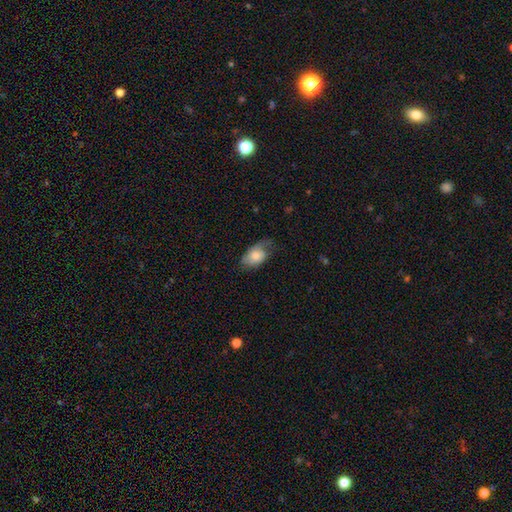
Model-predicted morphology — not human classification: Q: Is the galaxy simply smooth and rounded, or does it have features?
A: smooth — 62%.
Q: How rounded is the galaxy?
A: in between — 90%.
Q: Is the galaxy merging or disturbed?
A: none — 43%.